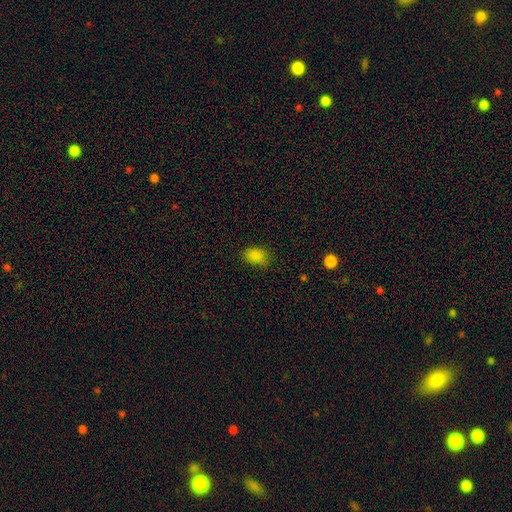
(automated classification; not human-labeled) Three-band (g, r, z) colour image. It shows a smooth galaxy with no disk features (83%) that is in between round and cigar-shaped (79%). Merging: none (76%).